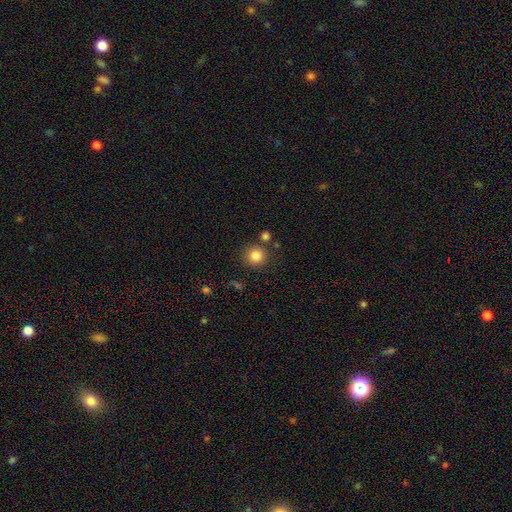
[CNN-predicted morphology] Smooth or featured? Predicted: smooth (p=0.84). How rounded? Predicted: round (p=0.93). Merging? Predicted: none (p=0.82).